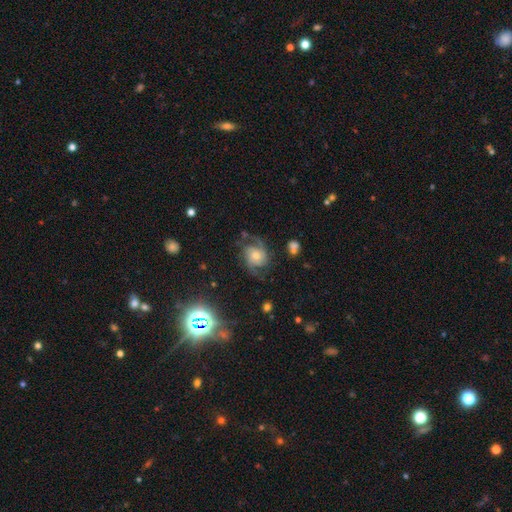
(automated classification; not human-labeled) Smooth or featured: featured or disk — 81% (smooth — 9%)
Edge-on disk: no — 98% (yes — 2%)
Bar: no — 69% (weak — 25%)
Spiral arms: yes — 97% (no — 3%)
Spiral winding: medium — 51% (tight — 29%)
Spiral arm count: 2 — 73% (3 — 10%)
Bulge size: moderate — 57% (small — 33%)
Merging: none — 69% (minor disturbance — 17%)